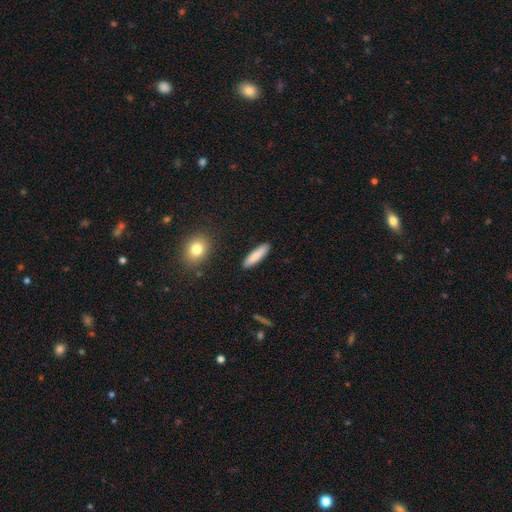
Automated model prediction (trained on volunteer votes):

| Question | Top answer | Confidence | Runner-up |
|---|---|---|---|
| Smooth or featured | smooth | 84% | featured or disk (10%) |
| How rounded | cigar-shaped | 76% | in between (23%) |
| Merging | none | 90% | minor disturbance (7%) |